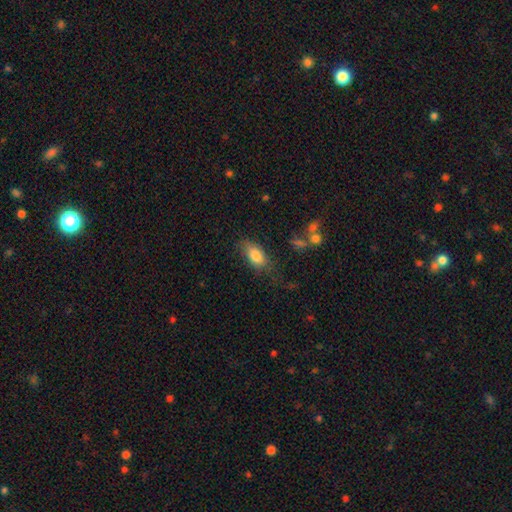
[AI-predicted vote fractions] smooth_or_featured: smooth (p=0.81) [alt: featured or disk p=0.12]
how_rounded: in between (p=0.89) [alt: cigar-shaped p=0.06]
merging: none (p=0.61) [alt: minor disturbance p=0.24]